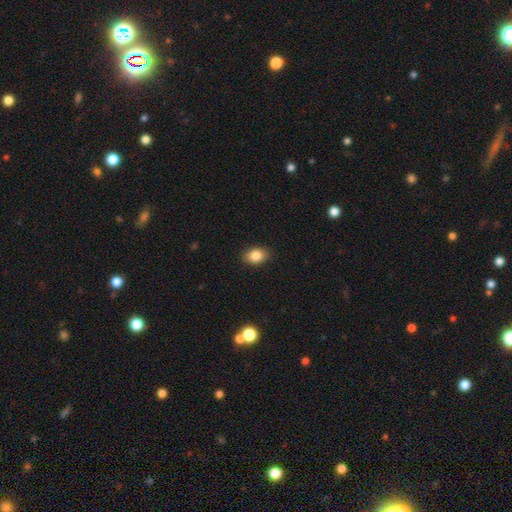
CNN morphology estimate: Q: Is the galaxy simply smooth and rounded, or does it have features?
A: smooth — 85%.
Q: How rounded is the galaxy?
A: in between — 77%.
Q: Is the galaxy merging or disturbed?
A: none — 87%.